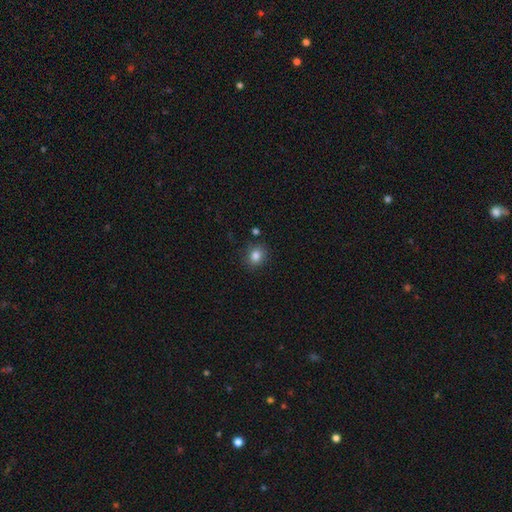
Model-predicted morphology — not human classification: smooth_or_featured: smooth (p=0.83) [alt: star or artifact p=0.11]
how_rounded: round (p=0.67) [alt: in between p=0.33]
merging: none (p=0.85) [alt: minor disturbance p=0.10]